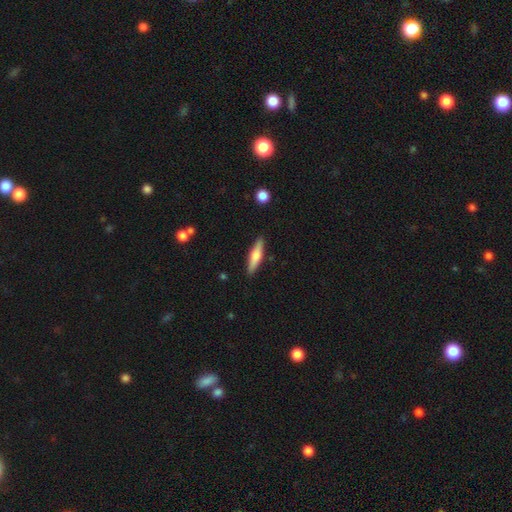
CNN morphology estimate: This is possibly a smooth galaxy (58%). How rounded: likely cigar-shaped (75%). Merging: clearly none (89%).